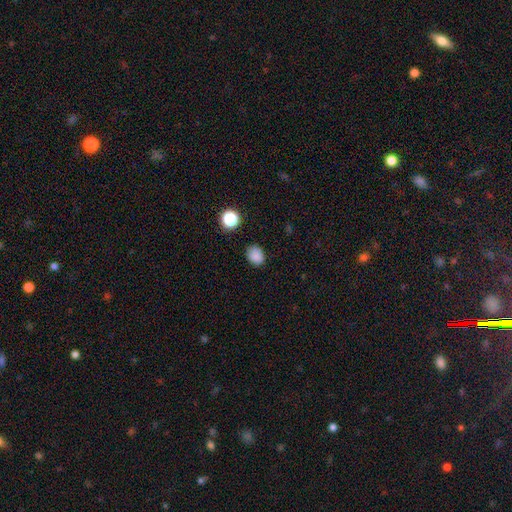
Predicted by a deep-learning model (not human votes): A smooth galaxy with no disk features (83%) that is round (54%). Merging: none (83%).